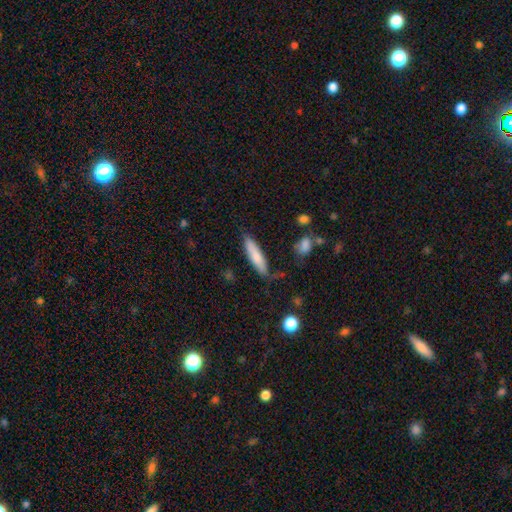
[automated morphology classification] A smooth galaxy with no disk features (77%) that is cigar-shaped (78%).

Vote fractions:
- Smooth or featured? smooth: 77% / featured or disk: 17% / star or artifact: 6%
- How rounded? cigar-shaped: 78% / in between: 20% / round: 1%
- Merging? none: 77% / minor disturbance: 16% / major disturbance: 4% / merger: 3%